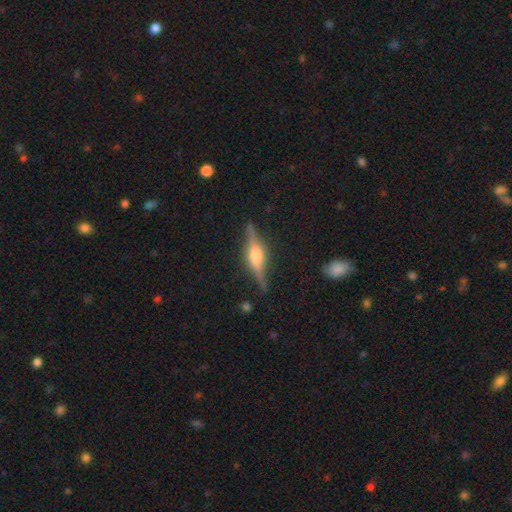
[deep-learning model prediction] Smooth or featured? featured or disk (80%)
Edge-on disk? yes (97%)
Edge-on bulge? rounded (85%)
Merging? none (86%)